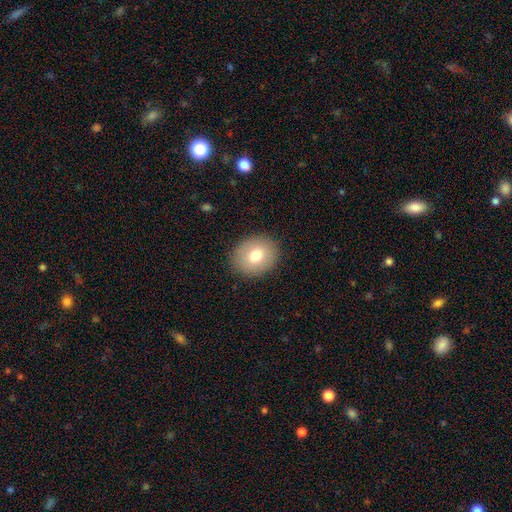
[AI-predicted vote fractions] Q: Smooth or featured?
A: smooth (74%); runner-up: featured or disk (17%)
Q: How rounded?
A: round (61%); runner-up: in between (38%)
Q: Merging?
A: none (88%); runner-up: minor disturbance (8%)